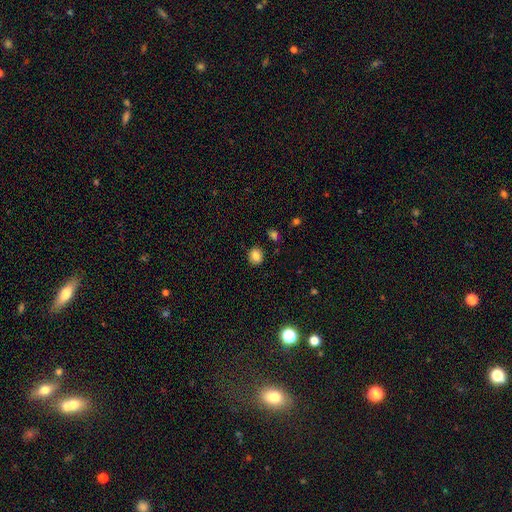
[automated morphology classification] This appears to be a smooth galaxy with no disk features (85%) that is round (75%). Merging: none (88%).